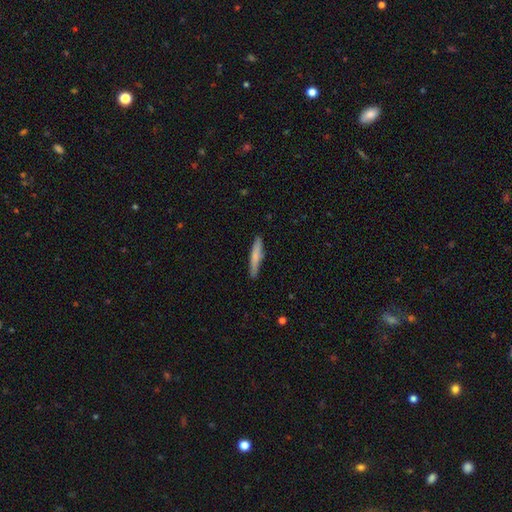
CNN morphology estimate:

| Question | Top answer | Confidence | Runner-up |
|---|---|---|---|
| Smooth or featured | smooth | 74% | featured or disk (21%) |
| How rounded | cigar-shaped | 92% | in between (7%) |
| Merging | none | 86% | minor disturbance (11%) |